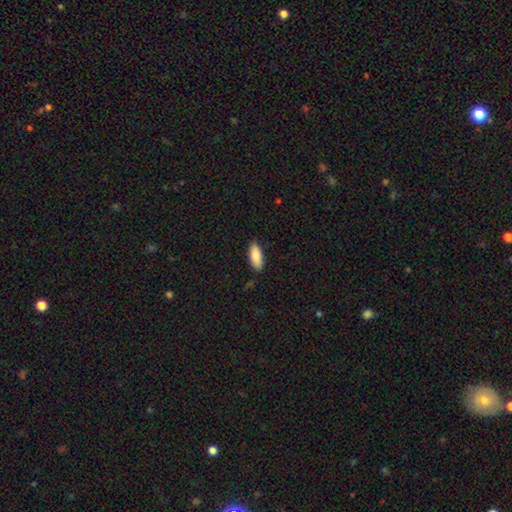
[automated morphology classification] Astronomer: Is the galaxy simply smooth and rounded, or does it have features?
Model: smooth — 86%.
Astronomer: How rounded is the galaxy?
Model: in between — 84%.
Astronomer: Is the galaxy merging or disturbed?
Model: none — 85%.